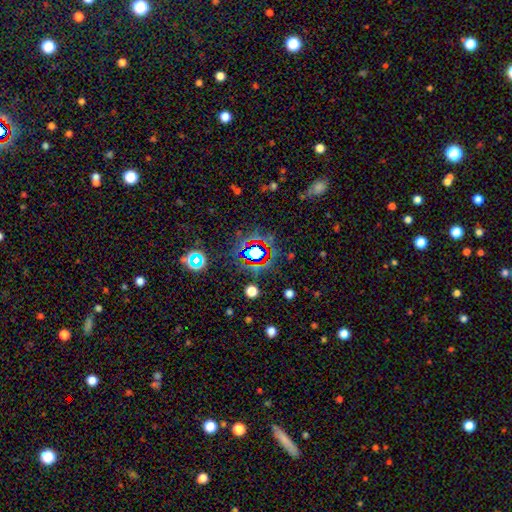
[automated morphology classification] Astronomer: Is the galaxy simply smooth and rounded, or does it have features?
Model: star or artifact — 63%.